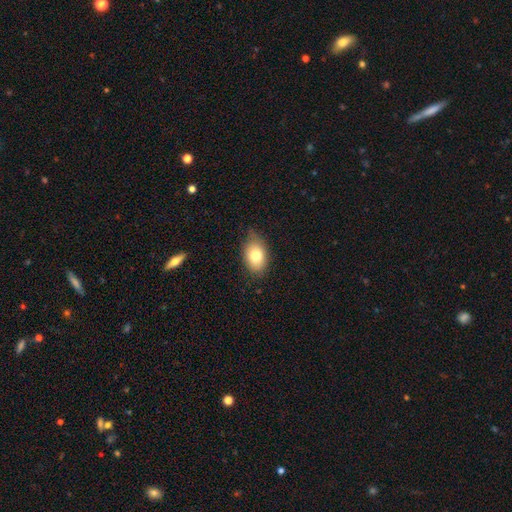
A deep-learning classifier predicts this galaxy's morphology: smooth-or-featured: smooth: 78% | featured or disk: 13% | star or artifact: 8%
  how-rounded: in between: 84% | round: 15% | cigar-shaped: 1%
  merging: none: 73% | minor disturbance: 22% | major disturbance: 4% | merger: 1%